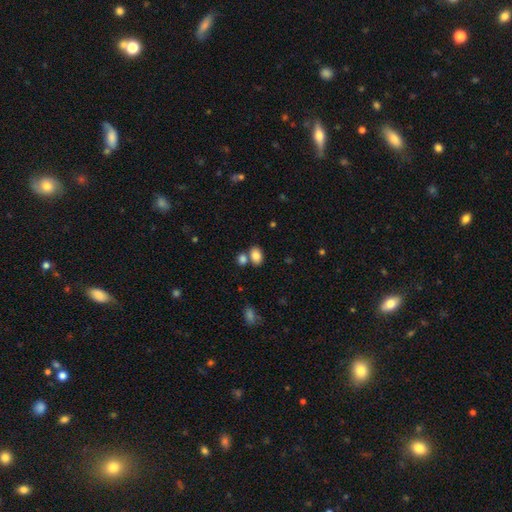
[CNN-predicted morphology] Smooth or featured? smooth (84%)
How rounded? in between (79%)
Merging? none (59%)